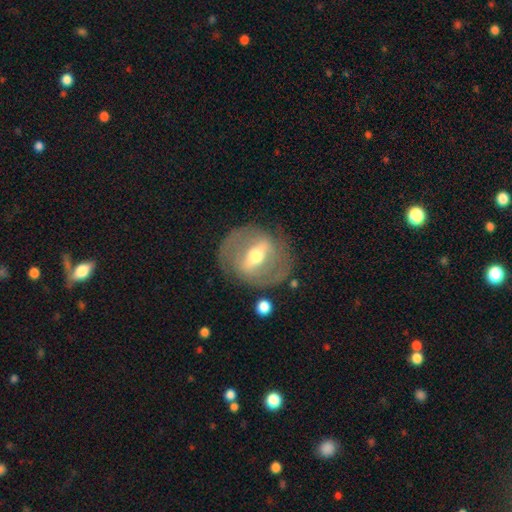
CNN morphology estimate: Smooth or featured?
  - featured or disk: 75% *
  - smooth: 19%
  - star or artifact: 6%
Edge-on disk?
  - no: 89% *
  - yes: 11%
Bar?
  - strong: 61% *
  - weak: 28%
  - no: 10%
Spiral arms?
  - yes: 55% *
  - no: 45%
Bulge size?
  - moderate: 74% *
  - small: 16%
  - large: 9%
  - dominant: 1%
  - none: 1%
Merging?
  - none: 78% *
  - minor disturbance: 13%
  - major disturbance: 7%
  - merger: 2%